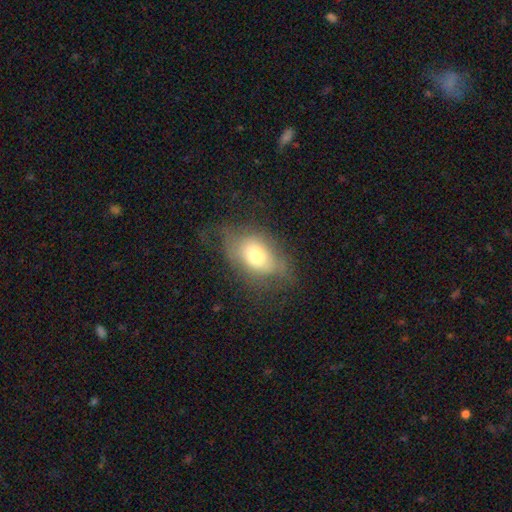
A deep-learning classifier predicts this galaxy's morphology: type=smooth (65%); roundness=in between (79%); merging=none (47%).